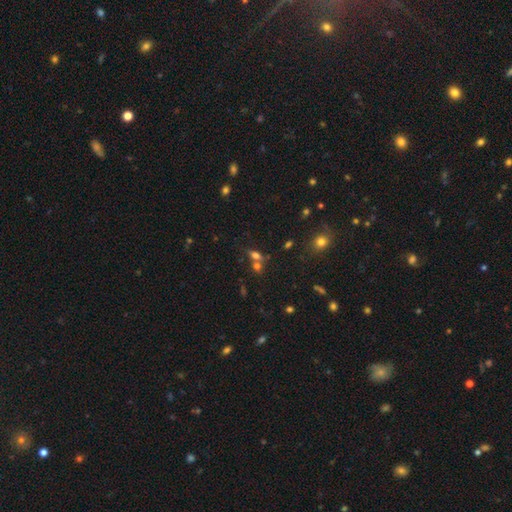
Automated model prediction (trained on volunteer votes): Q: Smooth or featured?
A: smooth (63%); runner-up: star or artifact (21%)
Q: How rounded?
A: in between (66%); runner-up: round (23%)
Q: Merging?
A: none (43%); runner-up: merger (42%)